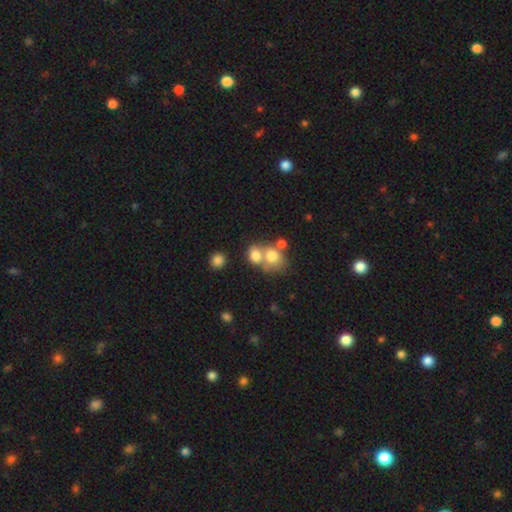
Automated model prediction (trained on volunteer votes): Smooth or featured?
  - smooth: 73% *
  - featured or disk: 15%
  - star or artifact: 12%
How rounded?
  - round: 62% *
  - in between: 37%
  - cigar-shaped: 1%
Merging?
  - merger: 56% *
  - none: 32%
  - minor disturbance: 8%
  - major disturbance: 5%